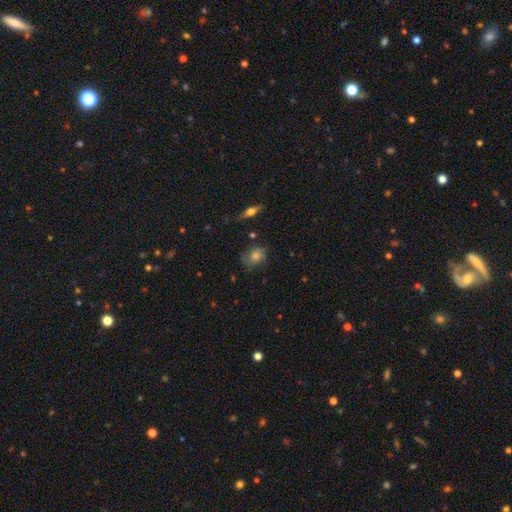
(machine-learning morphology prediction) type=smooth (58%); roundness=round (58%); merging=none (62%).